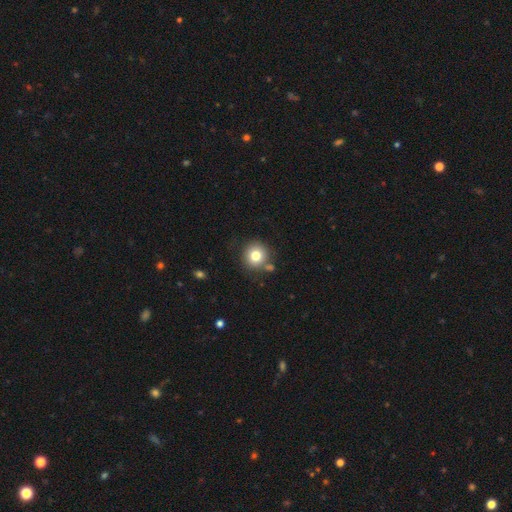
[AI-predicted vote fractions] This appears to be a smooth galaxy with no disk features (79%) that is round (92%). Merging: none (78%).